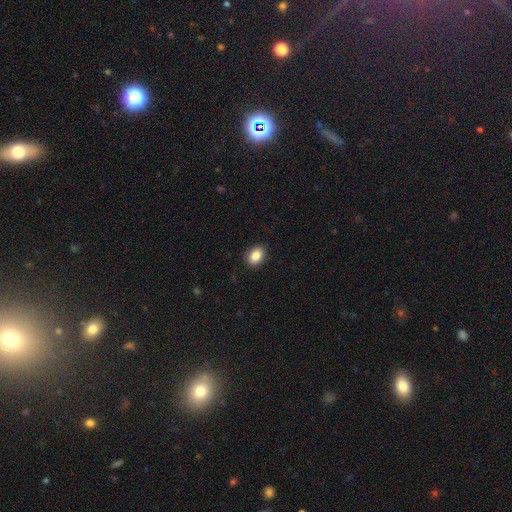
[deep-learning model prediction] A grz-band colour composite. It shows a smooth galaxy with no disk features (87%) that is in between round and cigar-shaped (75%). Merging: none (88%).